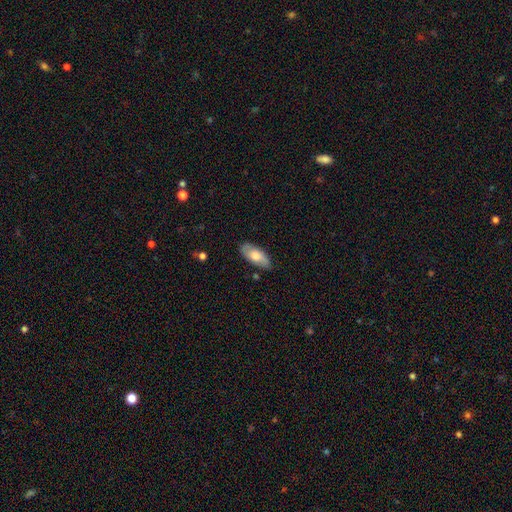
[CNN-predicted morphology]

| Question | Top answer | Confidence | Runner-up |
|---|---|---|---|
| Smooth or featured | smooth | 63% | featured or disk (31%) |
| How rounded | in between | 89% | cigar-shaped (9%) |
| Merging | none | 79% | minor disturbance (16%) |